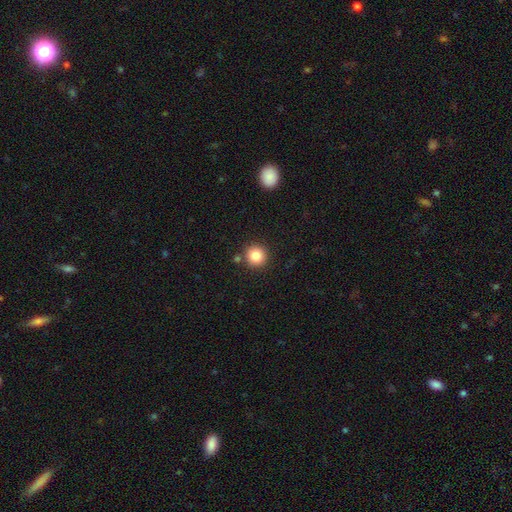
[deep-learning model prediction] Smooth or featured: smooth — 83% (star or artifact — 11%)
How rounded: round — 95% (in between — 4%)
Merging: none — 85% (minor disturbance — 7%)